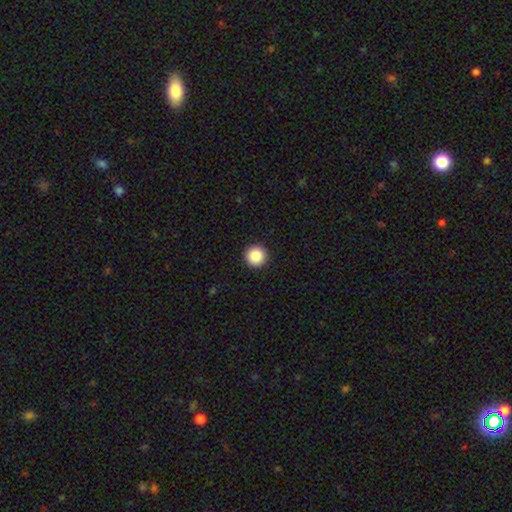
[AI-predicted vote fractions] The model was most divided on "smooth or featured": smooth: 86%, star or artifact: 10%, featured or disk: 4%. More confident: how rounded — round (97%); merging — none (94%).